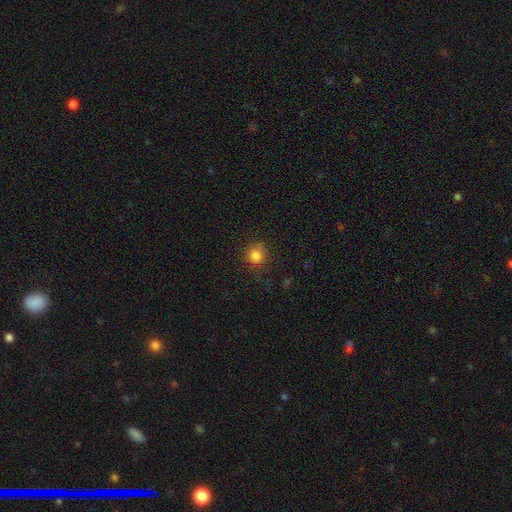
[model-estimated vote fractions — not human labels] smooth 83%, star or artifact 12%, featured or disk 5%. Down the decision tree: how rounded — round (89%); merging — none (81%).